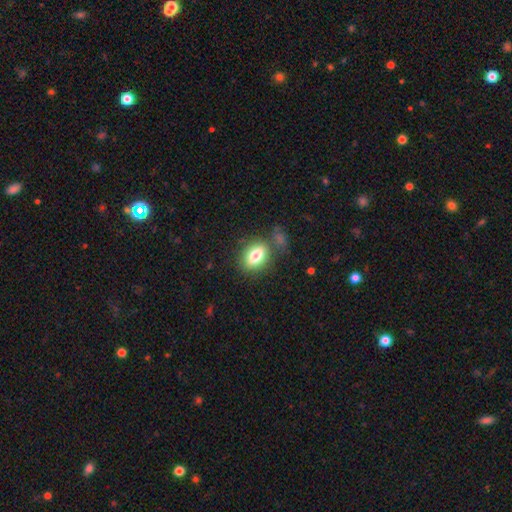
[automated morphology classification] Smooth or featured? Predicted: smooth (p=0.76). How rounded? Predicted: in between (p=0.79). Merging? Predicted: none (p=0.73).